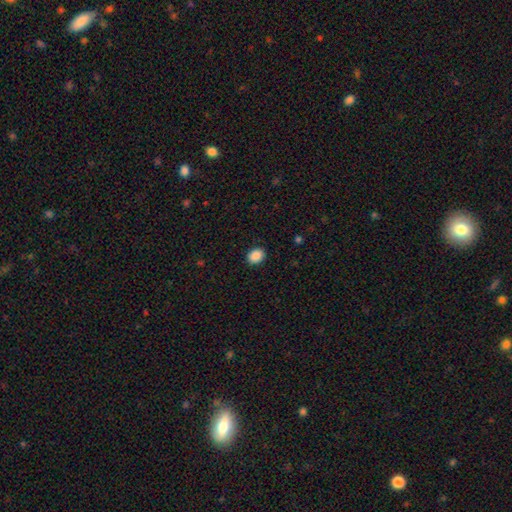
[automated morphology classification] This appears to be a smooth galaxy with no disk features (89%) that is round (51%). Merging: none (90%).